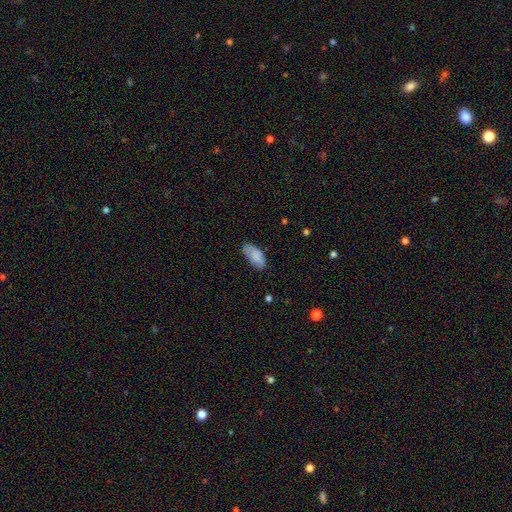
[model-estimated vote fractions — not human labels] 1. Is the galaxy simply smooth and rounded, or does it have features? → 85% smooth, 8% featured or disk, 7% star or artifact.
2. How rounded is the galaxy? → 92% in between, 7% cigar-shaped, 2% round.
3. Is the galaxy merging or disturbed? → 71% none, 23% minor disturbance, 4% major disturbance, 2% merger.